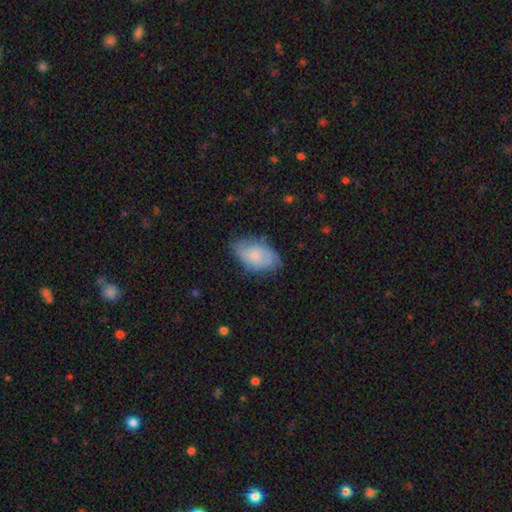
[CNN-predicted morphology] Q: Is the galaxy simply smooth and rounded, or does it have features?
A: smooth — 68%.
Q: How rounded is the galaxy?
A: in between — 92%.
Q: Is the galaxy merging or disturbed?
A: none — 63%.